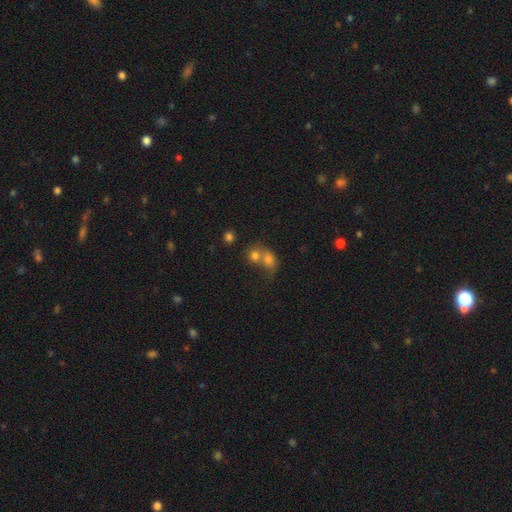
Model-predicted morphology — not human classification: smooth-or-featured: smooth: 69% | featured or disk: 18% | star or artifact: 14%
  how-rounded: round: 62% | in between: 37% | cigar-shaped: 1%
  merging: merger: 66% | none: 22% | minor disturbance: 6% | major disturbance: 5%